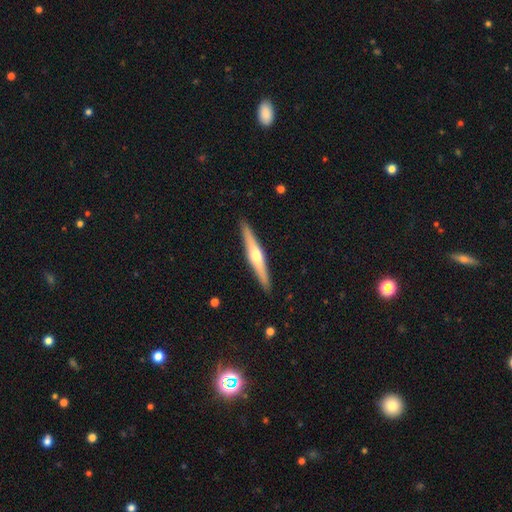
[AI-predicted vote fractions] Morphology: type=featured or disk (63%); edge-on=yes (97%); edge-on bulge=rounded (87%); merging=none (91%).